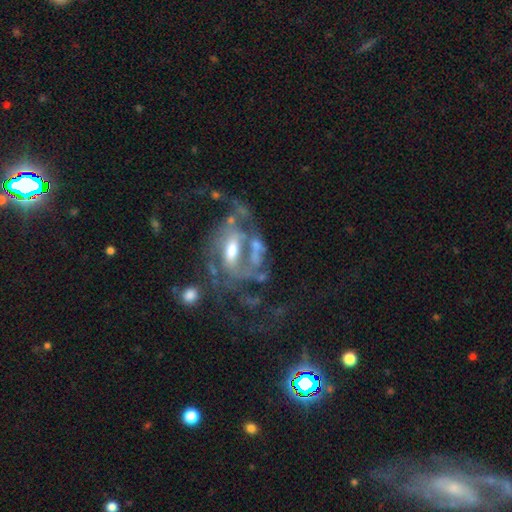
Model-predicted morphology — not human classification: A featured or disk galaxy (82%) with a weak bar (41%), 2 (40%) medium (43%) spiral arms (79%) and a moderate central bulge (57%).

Vote fractions:
- Smooth or featured? featured or disk: 82% / star or artifact: 10% / smooth: 9%
- Edge-on disk? no: 94% / yes: 6%
- Bar? weak: 41% / strong: 30% / no: 30%
- Spiral arms? yes: 79% / no: 21%
- Spiral winding? medium: 43% / loose: 30% / tight: 27%
- Spiral arm count? 2: 40% / can't tell: 30% / 3: 13% / 1: 8% / 4: 5% / more than 4: 4%
- Bulge size? moderate: 57% / small: 28% / large: 9% / none: 5% / dominant: 2%
- Merging? major disturbance: 35% / none: 34% / merger: 15% / minor disturbance: 15%